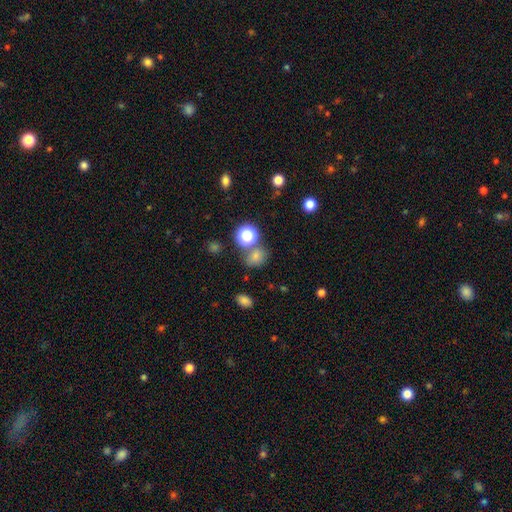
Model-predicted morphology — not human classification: smooth-or-featured: smooth: 69% | star or artifact: 23% | featured or disk: 8%
  how-rounded: round: 56% | in between: 43% | cigar-shaped: 1%
  merging: none: 66% | merger: 15% | minor disturbance: 14% | major disturbance: 5%